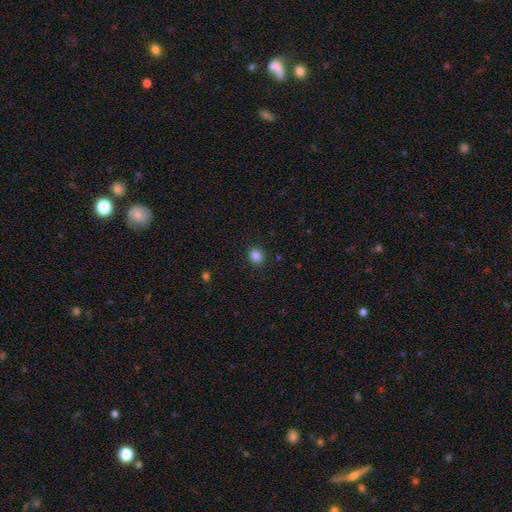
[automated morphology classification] Overall: smooth (86%). How rounded: round (59%; in between 40%). Merging: none (88%).